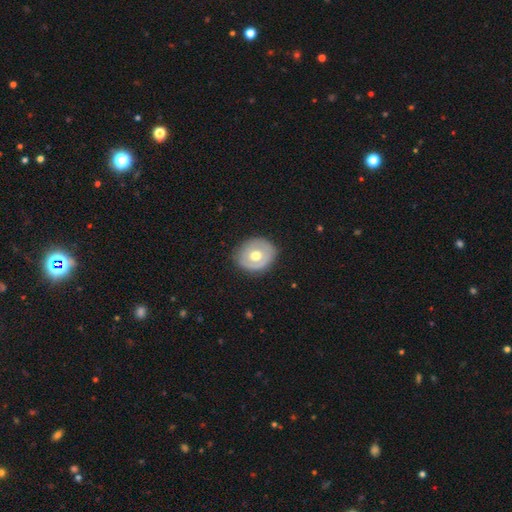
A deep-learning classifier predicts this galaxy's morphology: smooth-or-featured: smooth: 49% | featured or disk: 45% | star or artifact: 6%
  merging: none: 80% | minor disturbance: 15% | major disturbance: 4% | merger: 1%